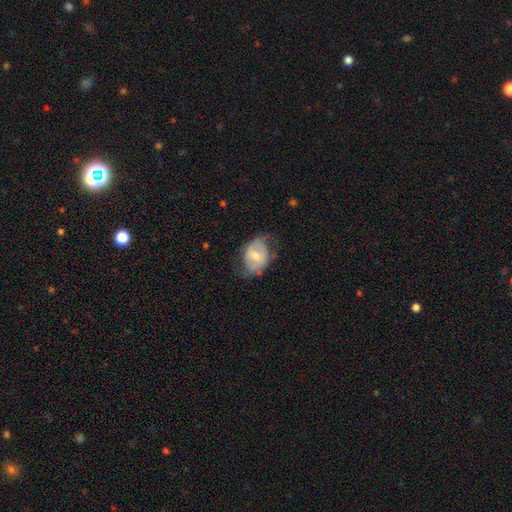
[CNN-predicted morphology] Smooth or featured: smooth — 52% (featured or disk — 41%)
How rounded: in between — 71% (round — 28%)
Merging: none — 53% (minor disturbance — 31%)